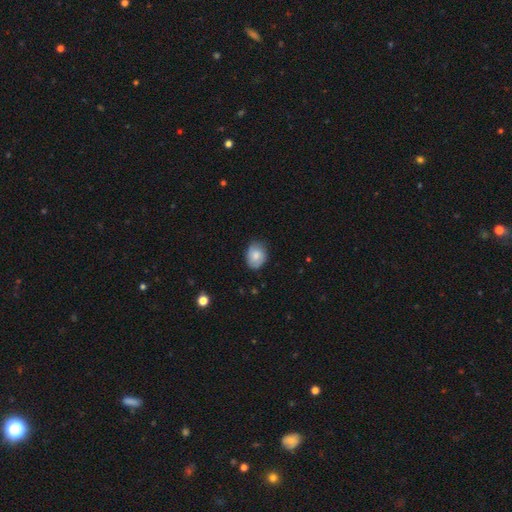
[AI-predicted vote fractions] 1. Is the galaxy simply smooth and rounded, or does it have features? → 76% smooth, 17% featured or disk, 8% star or artifact.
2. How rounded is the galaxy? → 57% in between, 42% round, 1% cigar-shaped.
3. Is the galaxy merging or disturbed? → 75% none, 21% minor disturbance, 3% major disturbance, 1% merger.